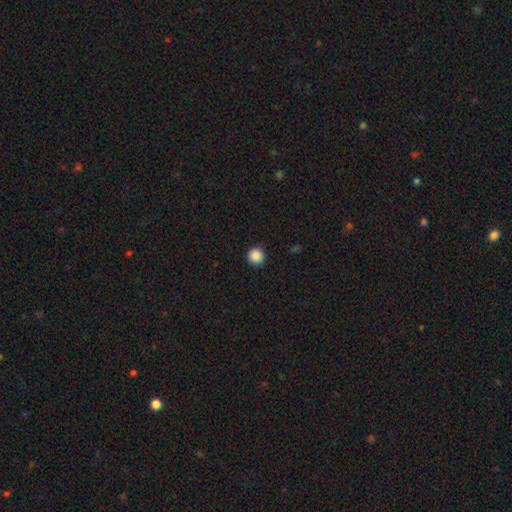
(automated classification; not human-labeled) Smooth or featured? Predicted: smooth (p=0.88). How rounded? Predicted: round (p=0.96). Merging? Predicted: none (p=0.92).